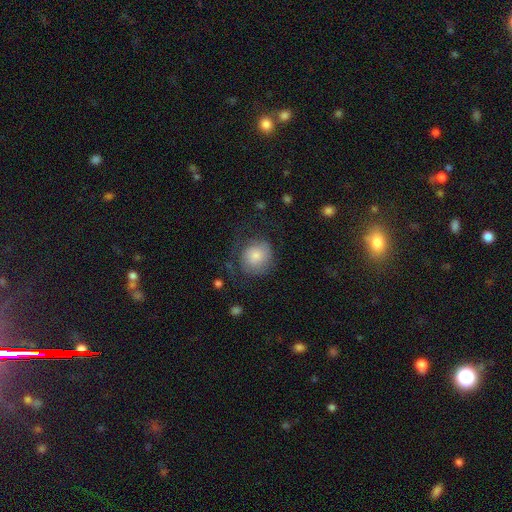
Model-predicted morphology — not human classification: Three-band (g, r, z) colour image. It shows a smooth galaxy with no disk features (72%) that is round (84%). Merging: none (56%).